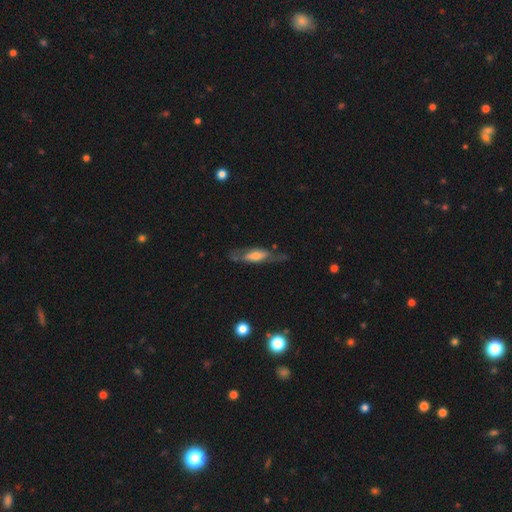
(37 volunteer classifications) smooth_or_featured: featured or disk (p=0.65) [alt: smooth p=0.35]
disk_edge_on: yes (p=0.50) [tied with: no p=0.50]
edge_on_bulge: rounded (p=0.92) [alt: boxy p=0.08]
merging: none (p=0.68) [alt: minor disturbance p=0.19]